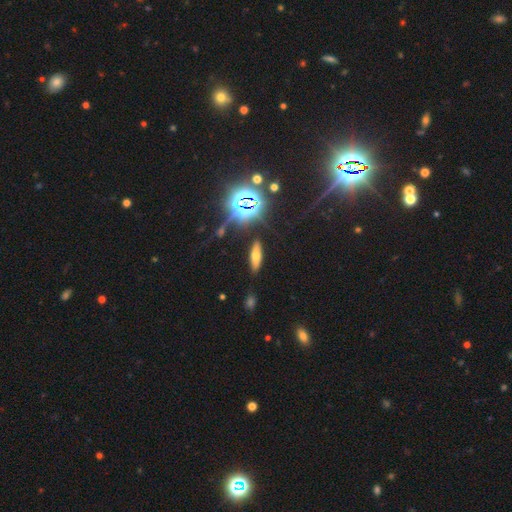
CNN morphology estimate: Smooth or featured: smooth — 54% (star or artifact — 28%)
How rounded: in between — 50% (cigar-shaped — 45%)
Merging: none — 85% (minor disturbance — 9%)